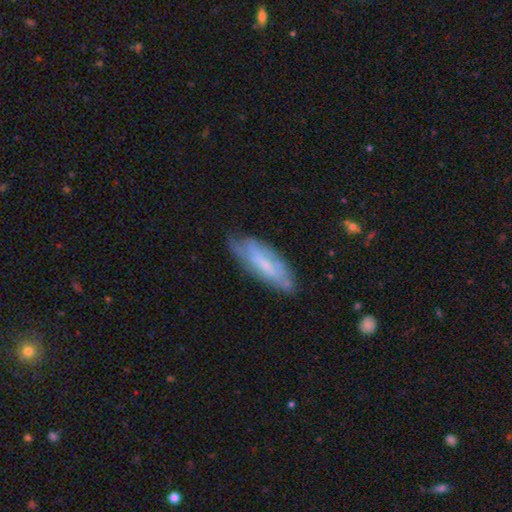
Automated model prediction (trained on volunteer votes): This is possibly a featured or disk galaxy (47%). Merging: likely none (73%).